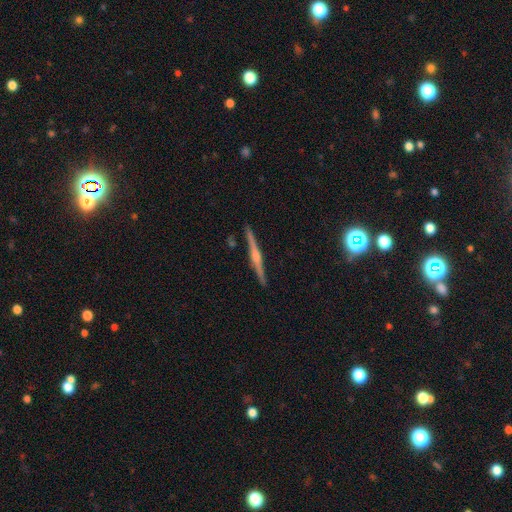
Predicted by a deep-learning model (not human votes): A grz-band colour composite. It shows a featured or disk galaxy (81%) viewed edge-on (98%) with a rounded central bulge (78%). Merging: none (91%).